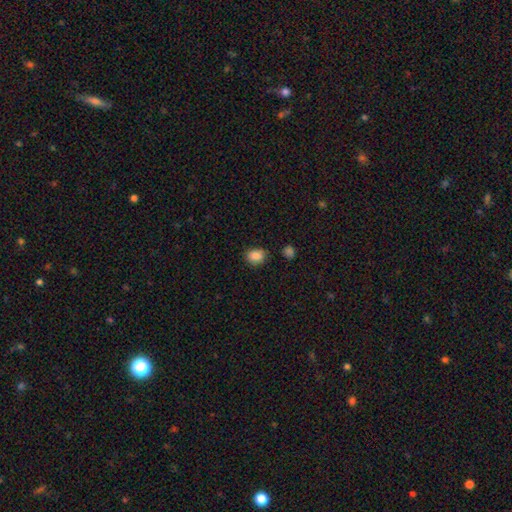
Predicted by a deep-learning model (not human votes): This appears to be a smooth galaxy with no disk features (86%) that is round (54%). Merging: none (77%).